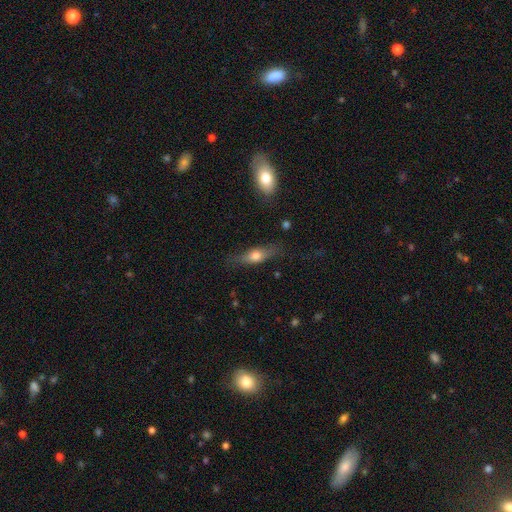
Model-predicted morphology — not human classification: A smooth galaxy with no disk features (60%) that is in between round and cigar-shaped (51%). Merging: none (77%).